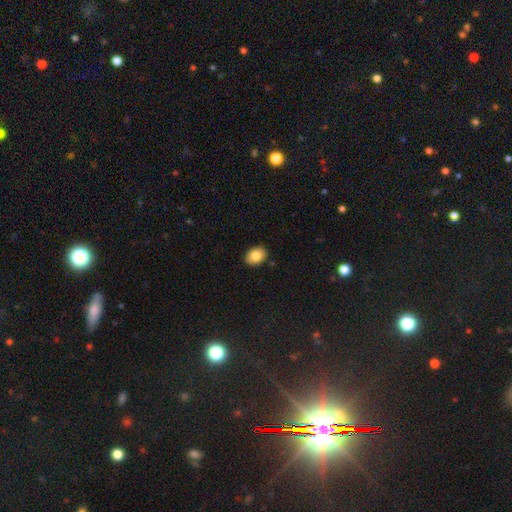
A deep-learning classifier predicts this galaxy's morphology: Smooth or featured: smooth — 84% (featured or disk — 8%)
How rounded: in between — 74% (round — 25%)
Merging: none — 89% (minor disturbance — 8%)